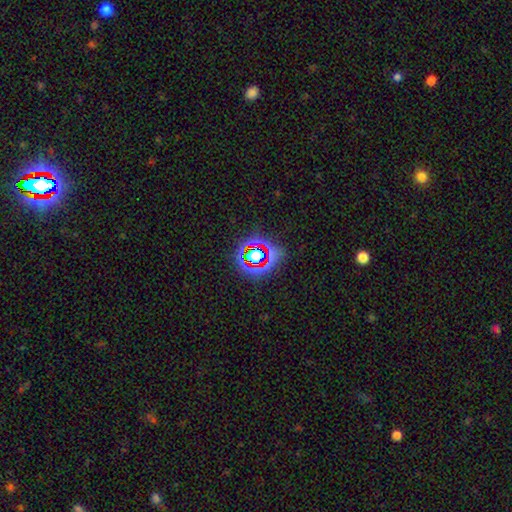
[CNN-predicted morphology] Overall: star or artifact (66%).